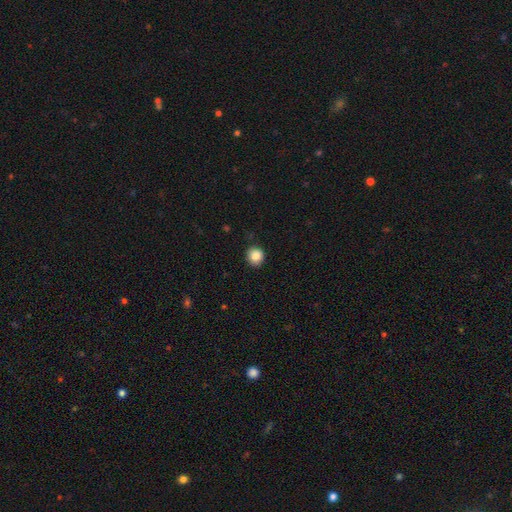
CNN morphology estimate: Q: Smooth or featured?
A: smooth (87%); runner-up: star or artifact (9%)
Q: How rounded?
A: round (85%); runner-up: in between (14%)
Q: Merging?
A: none (87%); runner-up: minor disturbance (10%)